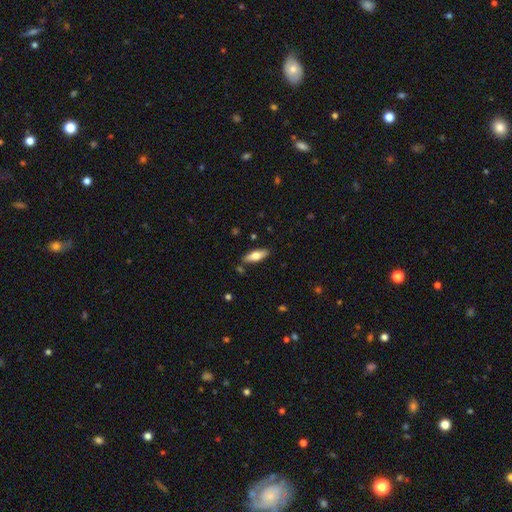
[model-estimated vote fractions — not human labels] A smooth galaxy with no disk features (63%) that is in between round and cigar-shaped (60%).

Vote fractions:
- Smooth or featured? smooth: 63% / featured or disk: 31% / star or artifact: 6%
- How rounded? in between: 60% / cigar-shaped: 37% / round: 2%
- Merging? none: 84% / minor disturbance: 11% / merger: 3% / major disturbance: 2%